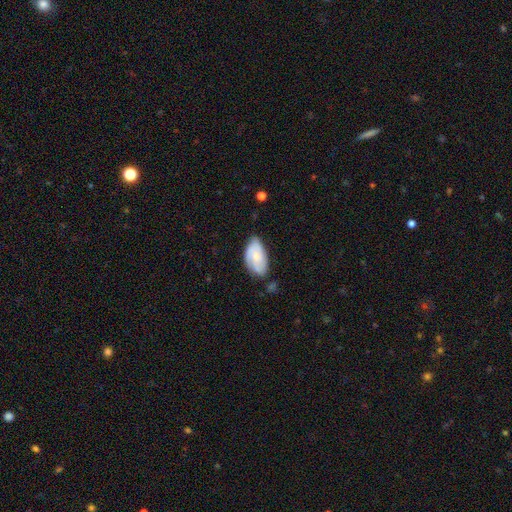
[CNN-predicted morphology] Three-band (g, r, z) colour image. It shows a smooth galaxy with no disk features (49%). Merging: none (60%).